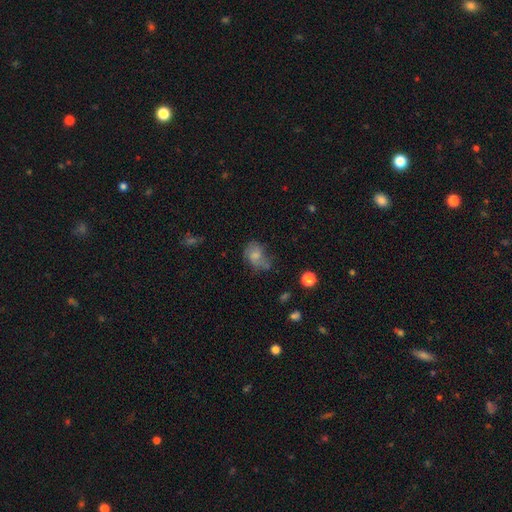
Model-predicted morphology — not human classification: smooth-or-featured: smooth: 59% | featured or disk: 30% | star or artifact: 11%
  how-rounded: in between: 69% | round: 30% | cigar-shaped: 2%
  merging: none: 37% | minor disturbance: 31% | major disturbance: 24% | merger: 8%